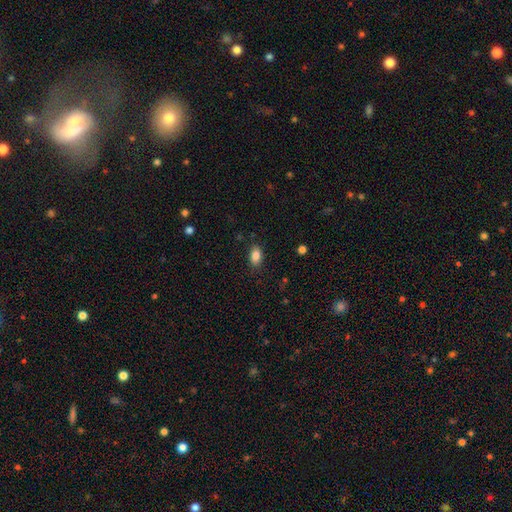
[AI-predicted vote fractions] The model was most divided on "merging": none: 86%, minor disturbance: 10%, major disturbance: 3%, merger: 1%. More confident: how rounded — in between (87%); smooth or featured — smooth (86%).